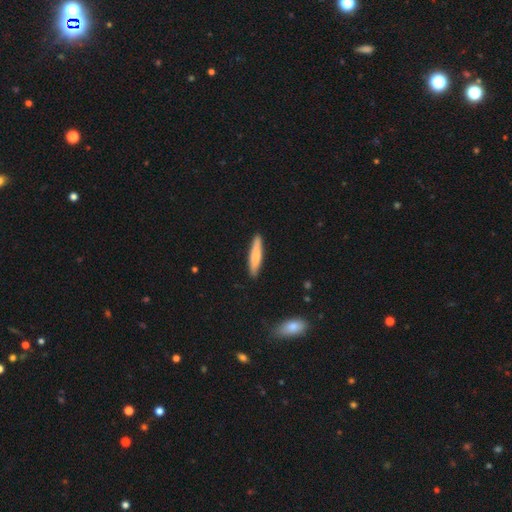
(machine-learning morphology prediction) This is likely a smooth galaxy (75%). How rounded: clearly cigar-shaped (86%). Merging: clearly none (89%).